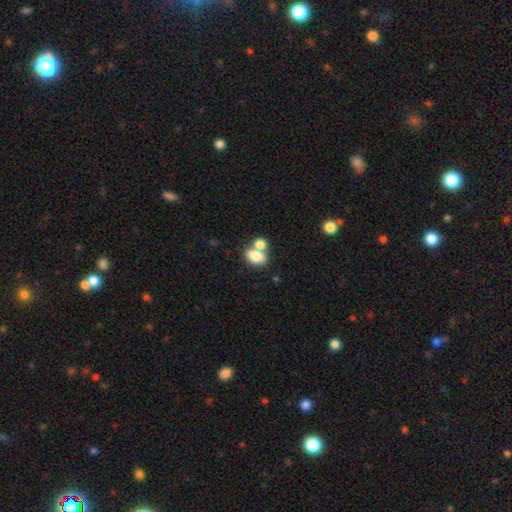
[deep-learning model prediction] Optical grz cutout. It shows a smooth galaxy with no disk features (80%) that is in between round and cigar-shaped (83%). Merging: merger (49%).